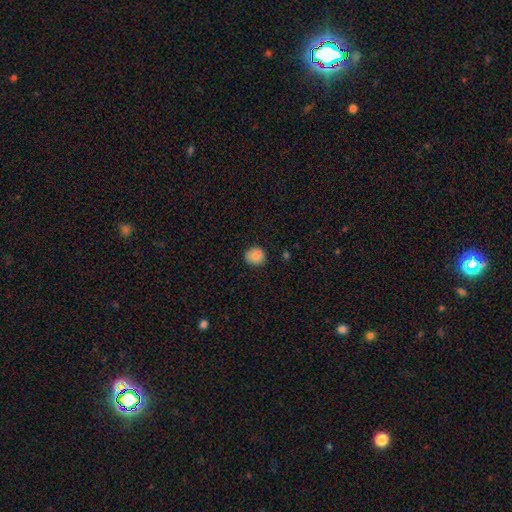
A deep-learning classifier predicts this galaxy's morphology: A smooth galaxy with no disk features (78%) that is round (81%).

Vote fractions:
- Smooth or featured? smooth: 78% / featured or disk: 12% / star or artifact: 9%
- How rounded? round: 81% / in between: 18% / cigar-shaped: 1%
- Merging? none: 75% / minor disturbance: 14% / merger: 7% / major disturbance: 3%